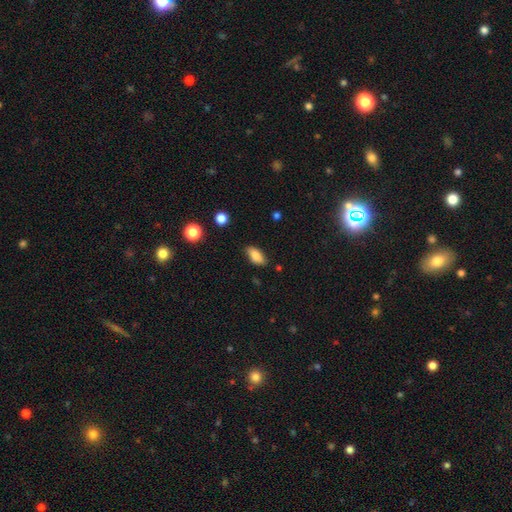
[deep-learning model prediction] Smooth or featured: smooth — 85% (star or artifact — 8%)
How rounded: in between — 86% (cigar-shaped — 10%)
Merging: none — 81% (minor disturbance — 14%)